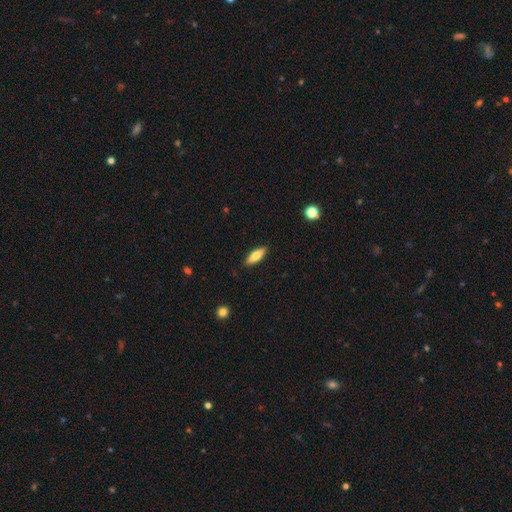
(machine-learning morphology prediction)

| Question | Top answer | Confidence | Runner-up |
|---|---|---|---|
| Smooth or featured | smooth | 64% | featured or disk (29%) |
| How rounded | in between | 50% | cigar-shaped (48%) |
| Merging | none | 89% | minor disturbance (8%) |